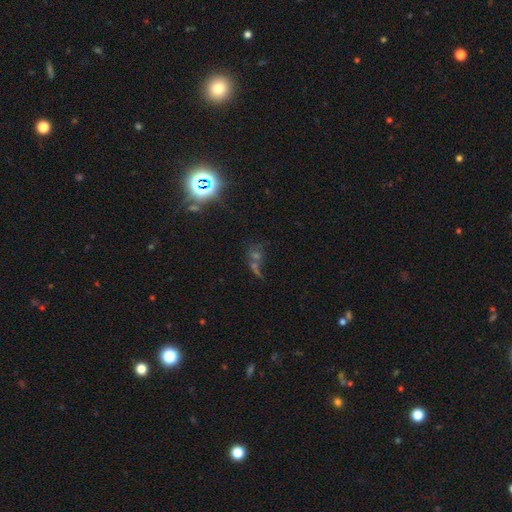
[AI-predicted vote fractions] This appears to be a star or artifact, not a galaxy (55%).